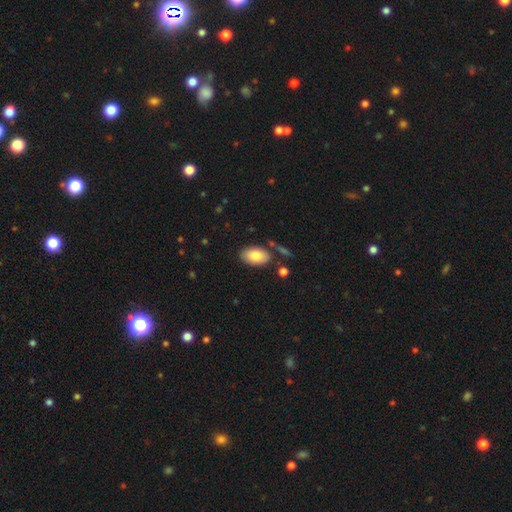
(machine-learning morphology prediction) This appears to be a smooth galaxy with no disk features (84%) that is in between round and cigar-shaped (94%). Merging: none (80%).